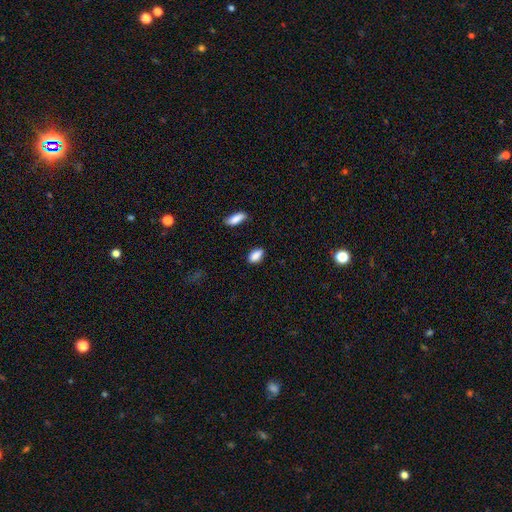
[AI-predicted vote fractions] Smooth or featured?
  - smooth: 88% *
  - star or artifact: 8%
  - featured or disk: 4%
How rounded?
  - in between: 89% *
  - round: 6%
  - cigar-shaped: 5%
Merging?
  - none: 81% *
  - minor disturbance: 14%
  - major disturbance: 3%
  - merger: 2%